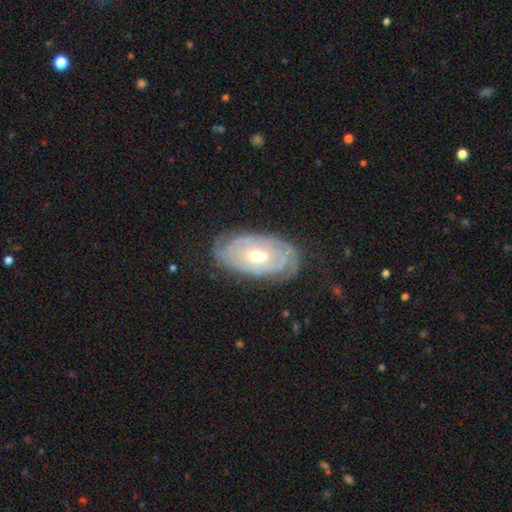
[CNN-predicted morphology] This appears to be a featured or disk galaxy (81%) with no bar (53%), tight (80%) spiral arms (90%) and a moderate central bulge (69%). Merging: none (77%).